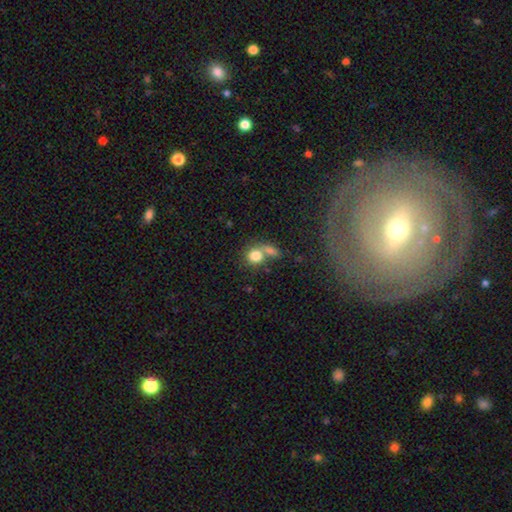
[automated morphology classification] Smooth or featured?
  - smooth: 80% *
  - featured or disk: 10%
  - star or artifact: 10%
How rounded?
  - round: 77% *
  - in between: 22%
  - cigar-shaped: 2%
Merging?
  - none: 43% *
  - merger: 41%
  - minor disturbance: 10%
  - major disturbance: 6%